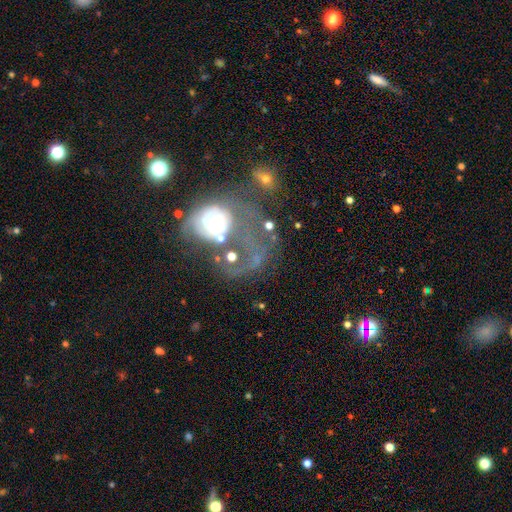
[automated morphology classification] featured or disk 54%, smooth 27%, star or artifact 19%. Down the decision tree: edge-on disk — no (96%); bar — no (83%); spiral arms — no (63%); bulge size — moderate (48%); merging — major disturbance (45%).